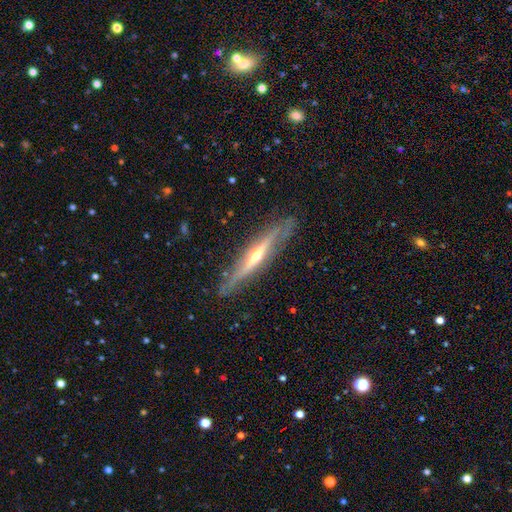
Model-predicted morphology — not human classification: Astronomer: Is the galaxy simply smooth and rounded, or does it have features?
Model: featured or disk — 78%.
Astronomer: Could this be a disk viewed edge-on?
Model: yes — 92%.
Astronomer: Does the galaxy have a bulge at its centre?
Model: rounded — 85%.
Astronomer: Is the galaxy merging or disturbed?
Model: none — 82%.